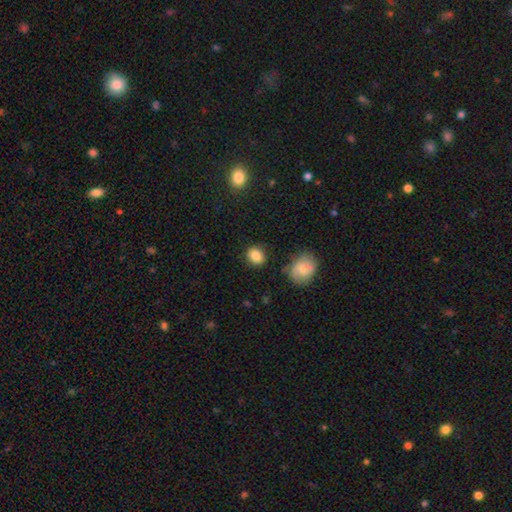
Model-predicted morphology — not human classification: type=smooth (85%); roundness=round (58%); merging=none (83%).